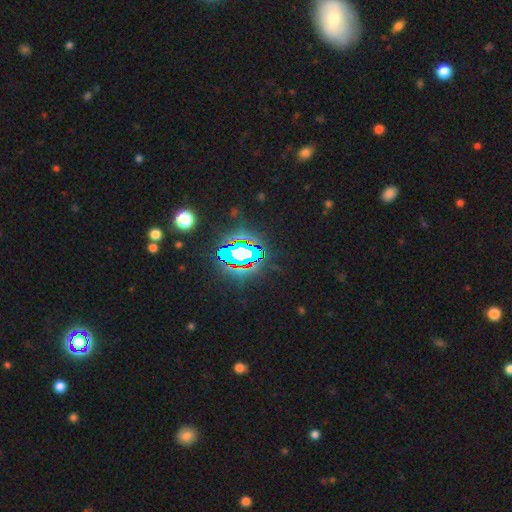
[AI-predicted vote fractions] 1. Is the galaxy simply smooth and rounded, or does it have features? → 81% star or artifact, 11% smooth, 8% featured or disk.